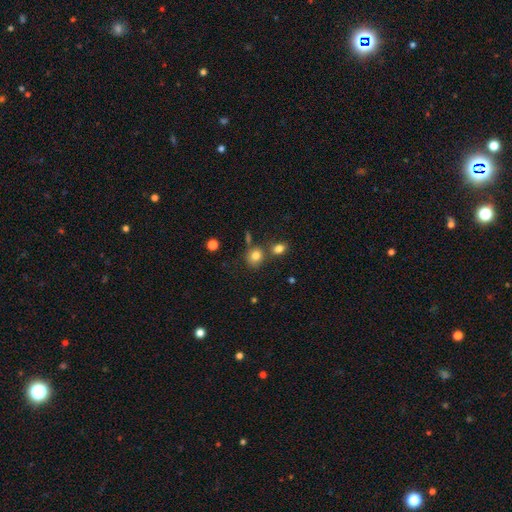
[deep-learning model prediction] A smooth galaxy with no disk features (79%) that is round (75%).

Vote fractions:
- Smooth or featured? smooth: 79% / star or artifact: 12% / featured or disk: 9%
- How rounded? round: 75% / in between: 24% / cigar-shaped: 1%
- Merging? none: 64% / merger: 19% / minor disturbance: 12% / major disturbance: 4%